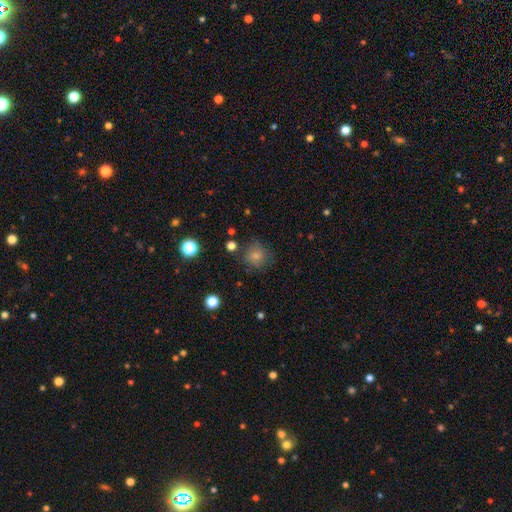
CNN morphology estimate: Smooth or featured? smooth (78%)
How rounded? round (87%)
Merging? none (76%)